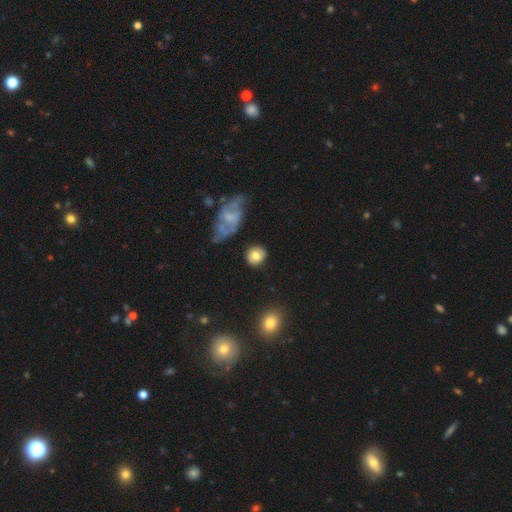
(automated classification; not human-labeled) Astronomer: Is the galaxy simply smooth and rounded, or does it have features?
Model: smooth — 74%.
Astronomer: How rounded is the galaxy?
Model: round — 83%.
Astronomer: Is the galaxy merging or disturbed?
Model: none — 80%.